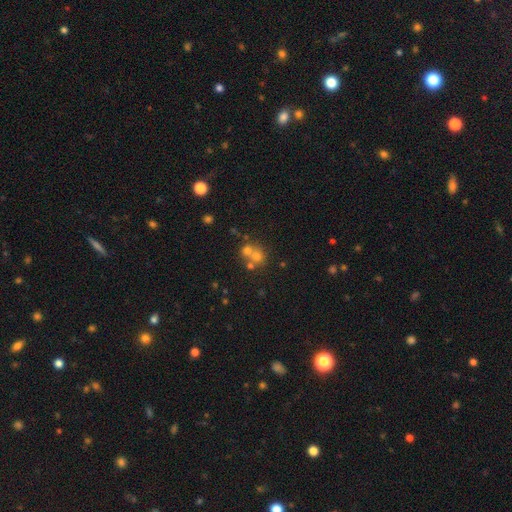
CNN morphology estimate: smooth_or_featured: smooth (p=0.56) [alt: star or artifact p=0.23]
how_rounded: round (p=0.81) [alt: in between p=0.18]
merging: merger (p=0.50) [alt: none p=0.40]